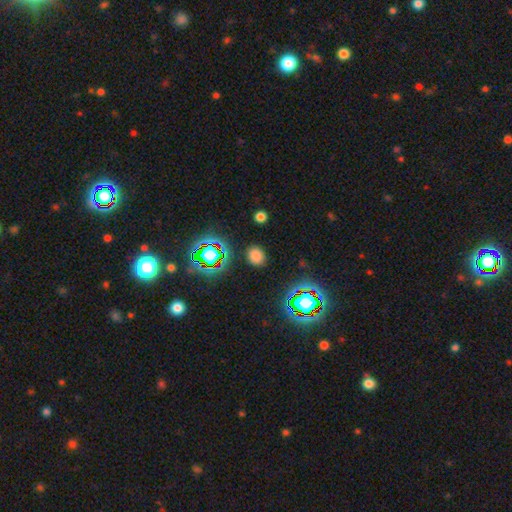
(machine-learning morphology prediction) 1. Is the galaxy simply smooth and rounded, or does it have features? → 72% smooth, 22% star or artifact, 5% featured or disk.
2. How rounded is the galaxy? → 58% round, 41% in between, 1% cigar-shaped.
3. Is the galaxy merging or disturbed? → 87% none, 8% minor disturbance, 3% major disturbance, 2% merger.